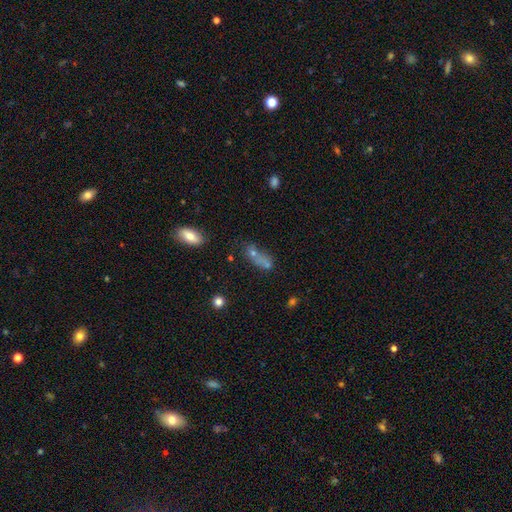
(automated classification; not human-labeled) smooth 60%, star or artifact 20%, featured or disk 19%. Down the decision tree: how rounded — in between (60%); merging — none (37%).